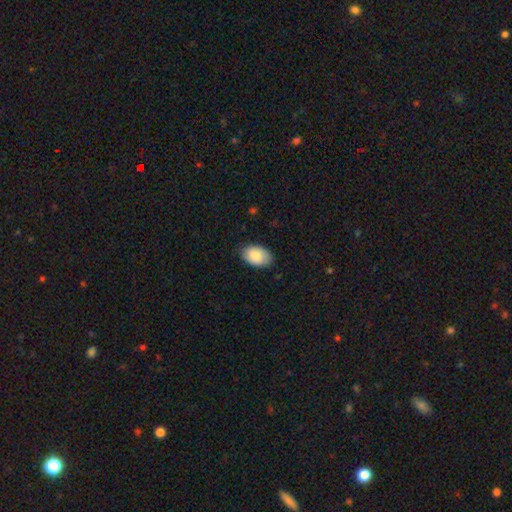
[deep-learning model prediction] Overall: smooth (82%). How rounded: in between (92%). Merging: none (83%).